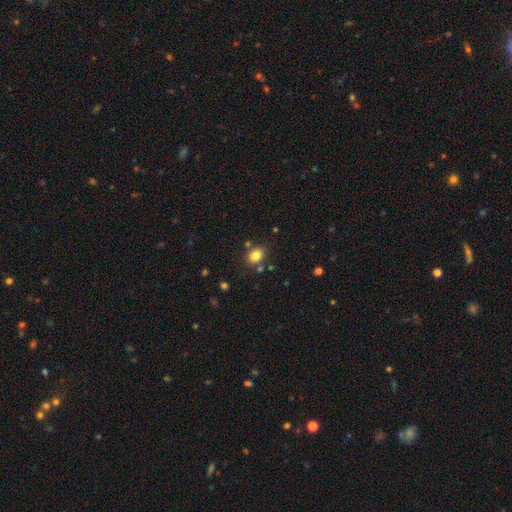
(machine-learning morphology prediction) smooth-or-featured: smooth: 82% | star or artifact: 11% | featured or disk: 7%
  how-rounded: in between: 57% | round: 42% | cigar-shaped: 1%
  merging: none: 79% | minor disturbance: 11% | merger: 7% | major disturbance: 3%